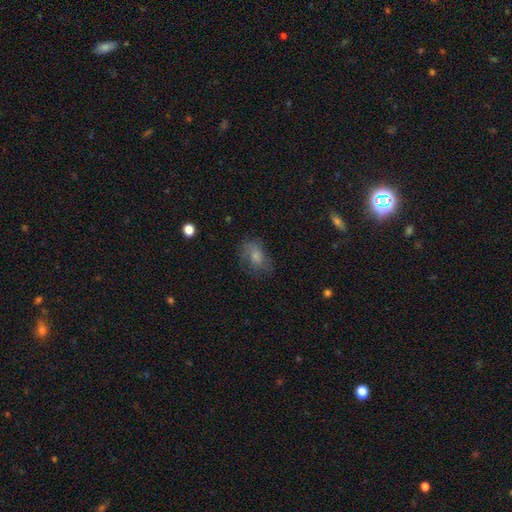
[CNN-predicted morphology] This is likely a smooth galaxy (66%). How rounded: likely in between (74%). Merging: possibly none (54%).